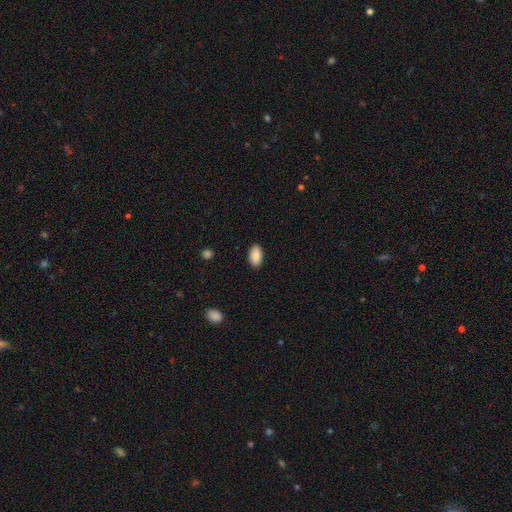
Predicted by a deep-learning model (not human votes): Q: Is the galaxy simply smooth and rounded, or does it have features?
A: smooth — 89%.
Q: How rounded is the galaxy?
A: in between — 95%.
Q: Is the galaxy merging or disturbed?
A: none — 88%.